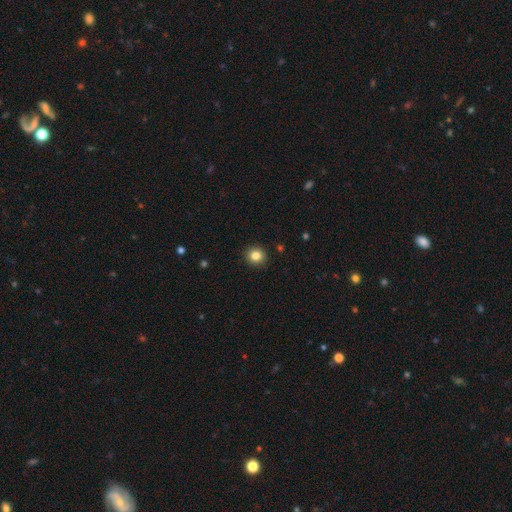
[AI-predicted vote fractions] A smooth galaxy with no disk features (84%) that is round (89%).

Vote fractions:
- Smooth or featured? smooth: 84% / star or artifact: 11% / featured or disk: 6%
- How rounded? round: 89% / in between: 10% / cigar-shaped: 1%
- Merging? none: 92% / minor disturbance: 5% / major disturbance: 2% / merger: 1%